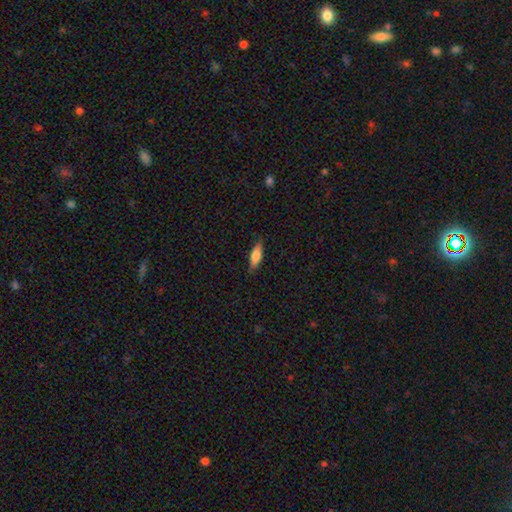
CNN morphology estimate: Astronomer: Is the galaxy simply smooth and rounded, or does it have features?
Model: smooth — 78%.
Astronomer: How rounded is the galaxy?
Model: in between — 60% (runner-up: cigar-shaped, 38%).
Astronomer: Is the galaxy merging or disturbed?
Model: none — 83%.